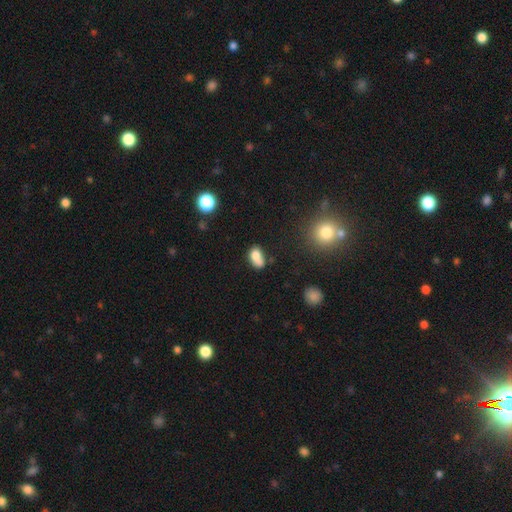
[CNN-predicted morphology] A smooth galaxy with no disk features (75%) that is in between round and cigar-shaped (76%).

Vote fractions:
- Smooth or featured? smooth: 75% / featured or disk: 14% / star or artifact: 11%
- How rounded? in between: 76% / round: 21% / cigar-shaped: 2%
- Merging? merger: 39% / none: 33% / minor disturbance: 19% / major disturbance: 9%